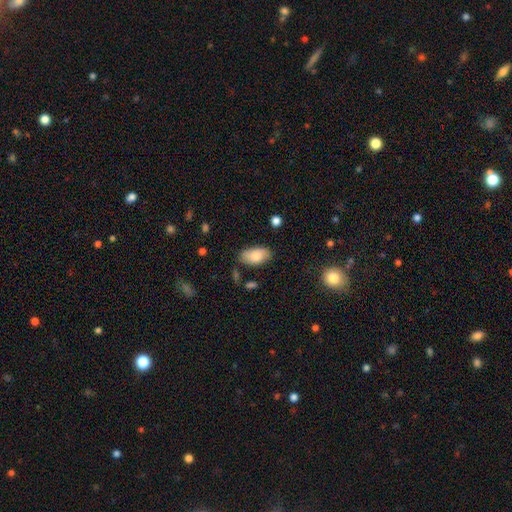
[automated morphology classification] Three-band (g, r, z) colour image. It shows a smooth galaxy with no disk features (83%) that is in between round and cigar-shaped (94%). Merging: none (78%).